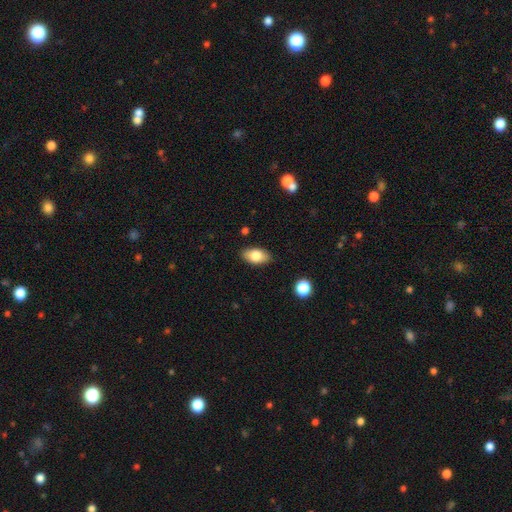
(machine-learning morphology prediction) Q: Smooth or featured?
A: smooth (79%); runner-up: featured or disk (13%)
Q: How rounded?
A: in between (92%); runner-up: round (5%)
Q: Merging?
A: none (86%); runner-up: minor disturbance (10%)